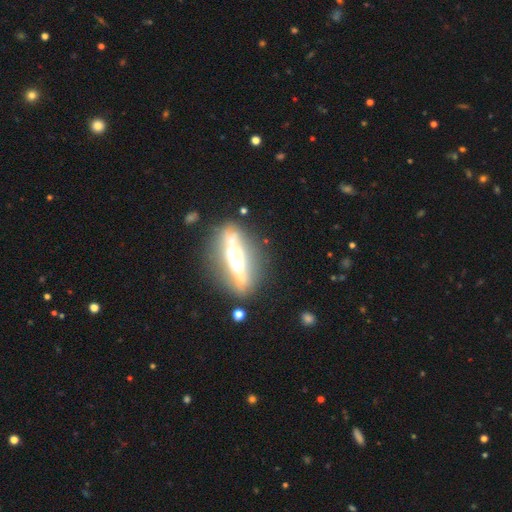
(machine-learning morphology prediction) featured or disk 67%, smooth 23%, star or artifact 10%. Down the decision tree: edge-on disk — yes (73%); merging — none (74%).